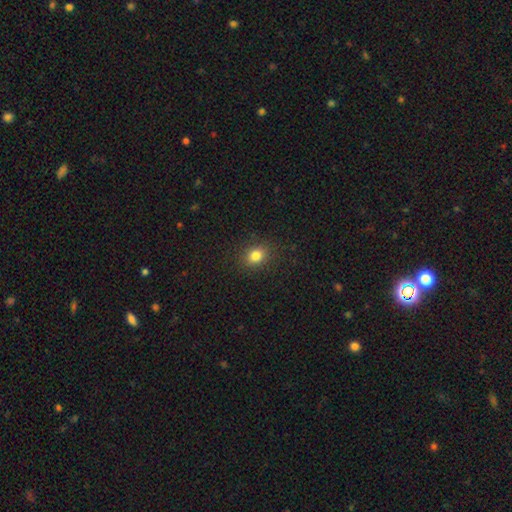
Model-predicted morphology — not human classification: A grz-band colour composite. It shows a smooth galaxy with no disk features (82%) that is round (50%). Merging: none (88%).